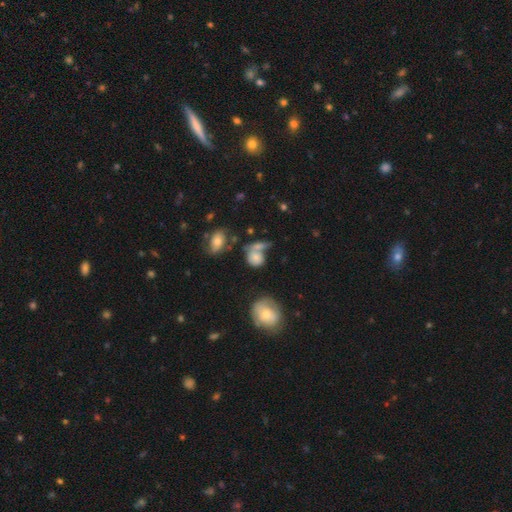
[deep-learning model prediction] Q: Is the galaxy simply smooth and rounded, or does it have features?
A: smooth — 70%.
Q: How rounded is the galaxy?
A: round — 62%.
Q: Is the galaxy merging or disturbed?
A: merger — 35%.